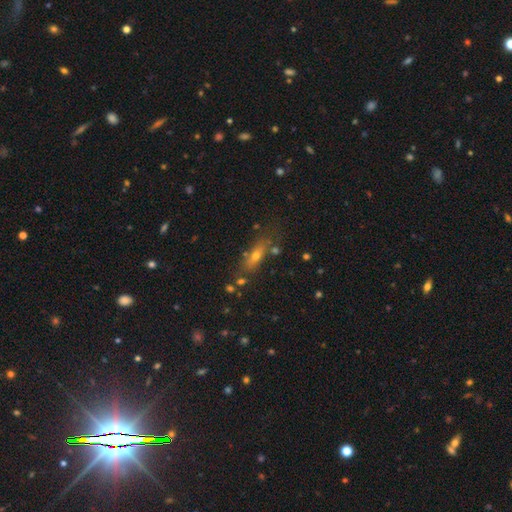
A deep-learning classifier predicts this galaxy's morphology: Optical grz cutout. It shows a smooth galaxy with no disk features (55%) that is cigar-shaped (47%). Merging: none (69%).